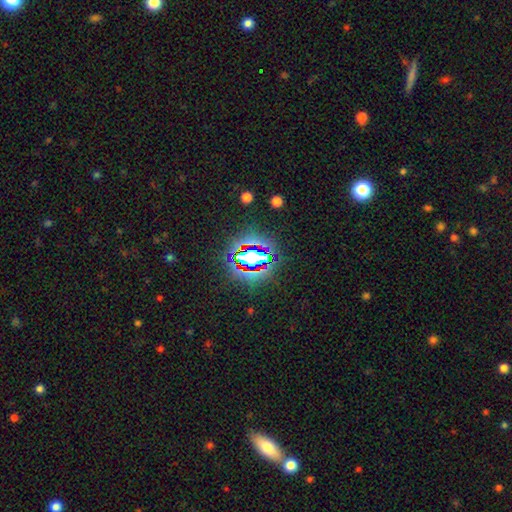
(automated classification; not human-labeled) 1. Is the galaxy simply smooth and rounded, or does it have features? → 69% star or artifact, 19% smooth, 12% featured or disk.